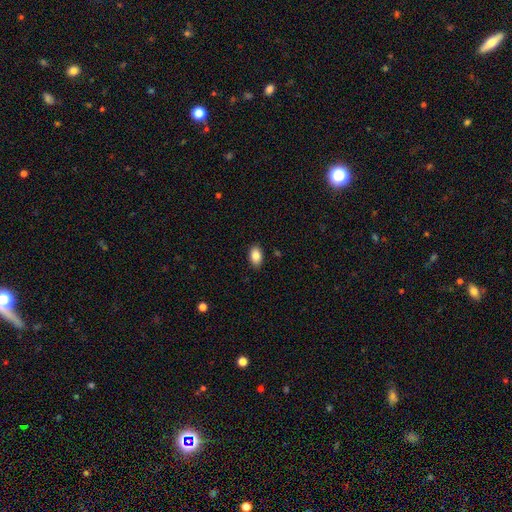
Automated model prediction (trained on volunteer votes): smooth-or-featured: smooth: 86% | star or artifact: 8% | featured or disk: 6%
  how-rounded: in between: 89% | round: 10% | cigar-shaped: 1%
  merging: none: 88% | minor disturbance: 9% | major disturbance: 2% | merger: 1%